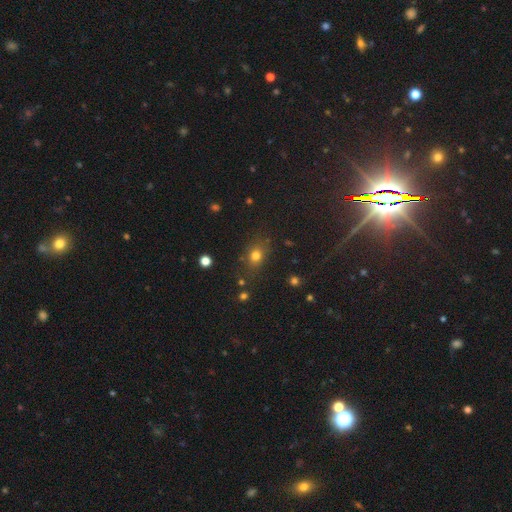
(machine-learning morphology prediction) smooth_or_featured: smooth (p=0.75) [alt: star or artifact p=0.17]
how_rounded: round (p=0.55) [alt: in between p=0.44]
merging: none (p=0.78) [alt: minor disturbance p=0.13]